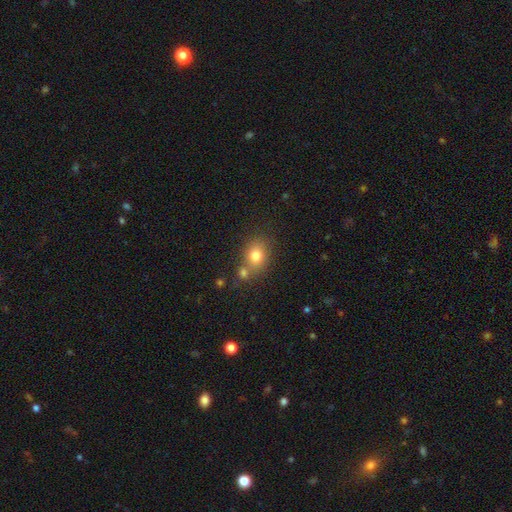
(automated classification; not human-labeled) smooth-or-featured: smooth: 78% | star or artifact: 12% | featured or disk: 10%
  how-rounded: round: 58% | in between: 41% | cigar-shaped: 1%
  merging: none: 57% | merger: 27% | minor disturbance: 12% | major disturbance: 4%